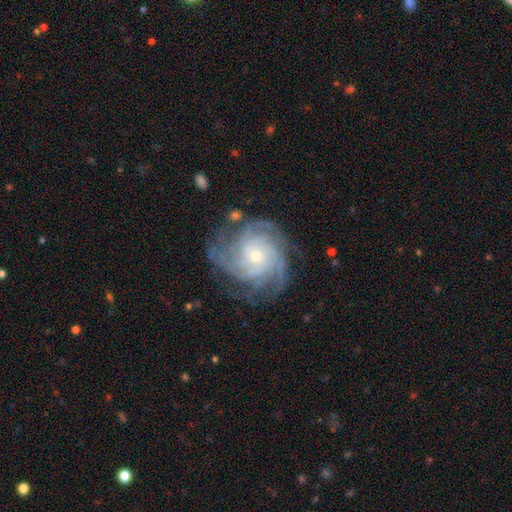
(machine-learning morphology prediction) smooth_or_featured: featured or disk (p=0.89) [alt: star or artifact p=0.06]
disk_edge_on: no (p=0.98) [alt: yes p=0.02]
bar: no (p=0.72) [alt: weak p=0.23]
has_spiral_arms: yes (p=0.98) [alt: no p=0.02]
spiral_winding: tight (p=0.68) [alt: medium p=0.27]
spiral_arm_count: 4 (p=0.36) [alt: can't tell p=0.18]
bulge_size: small (p=0.59) [alt: moderate p=0.36]
merging: none (p=0.76) [alt: minor disturbance p=0.16]